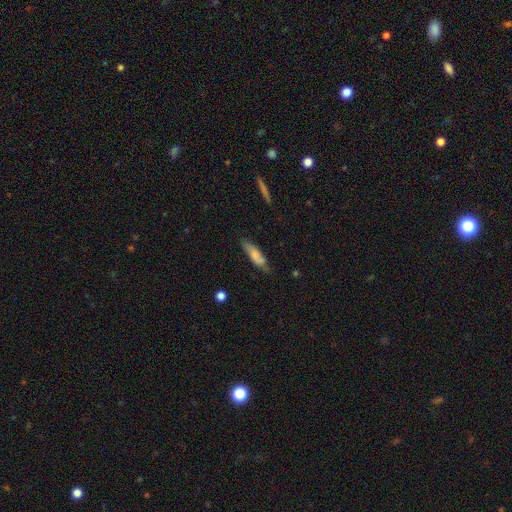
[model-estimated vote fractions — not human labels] Overall: smooth (67%). How rounded: cigar-shaped (52%; in between 46%). Merging: none (62%; minor disturbance 29%).